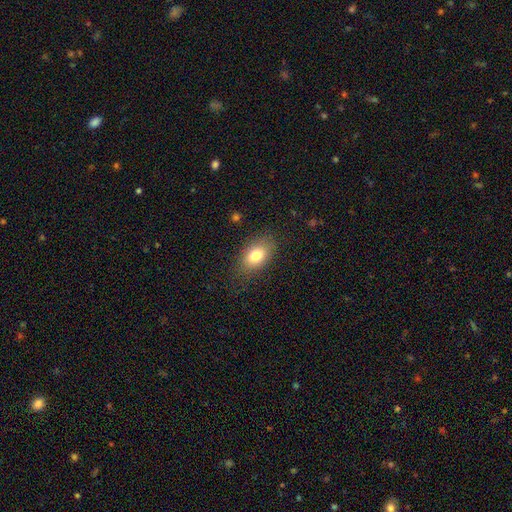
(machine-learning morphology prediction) Smooth or featured: smooth — 79% (featured or disk — 12%)
How rounded: in between — 85% (round — 12%)
Merging: none — 80% (minor disturbance — 14%)